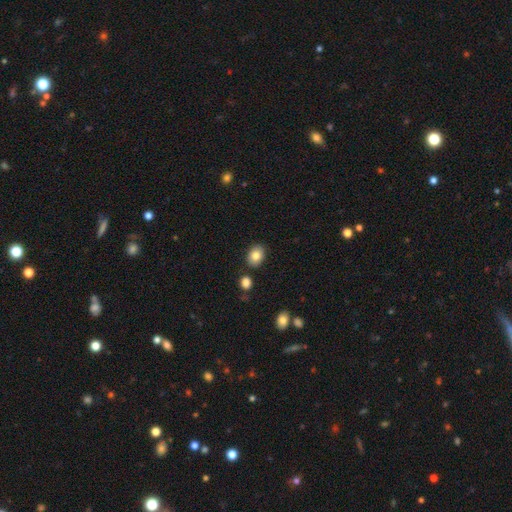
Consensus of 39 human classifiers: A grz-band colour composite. It shows a smooth galaxy with no disk features (85%) that is in between round and cigar-shaped (76%). Merging: none (81%).